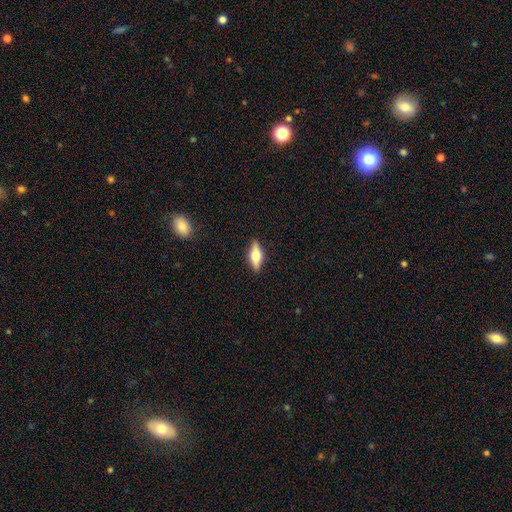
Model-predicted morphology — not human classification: smooth-or-featured: smooth: 48% | featured or disk: 45% | star or artifact: 7%
  merging: none: 88% | minor disturbance: 9% | major disturbance: 2% | merger: 1%